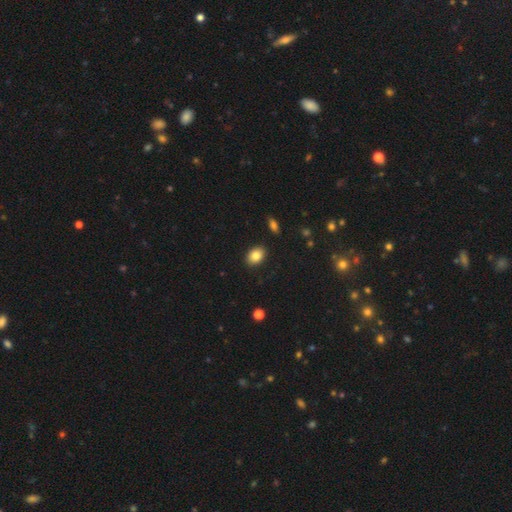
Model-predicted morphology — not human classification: A smooth galaxy with no disk features (85%) that is in between round and cigar-shaped (77%).

Vote fractions:
- Smooth or featured? smooth: 85% / star or artifact: 9% / featured or disk: 7%
- How rounded? in between: 77% / round: 22% / cigar-shaped: 1%
- Merging? none: 88% / minor disturbance: 8% / major disturbance: 2% / merger: 1%